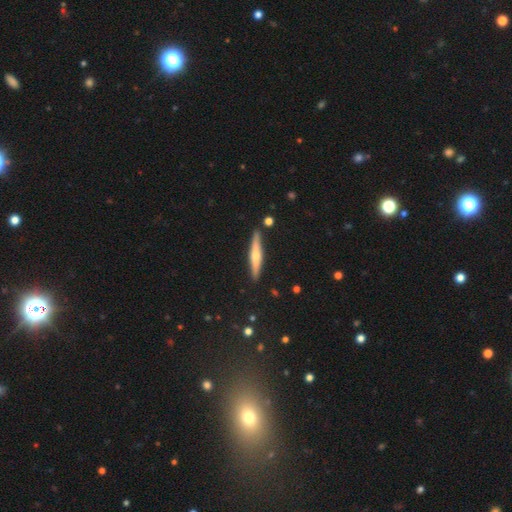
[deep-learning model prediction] Overall: featured or disk (56%; smooth 38%). Edge-on disk: yes (96%). Edge-on bulge: rounded (81%). Merging: none (89%).